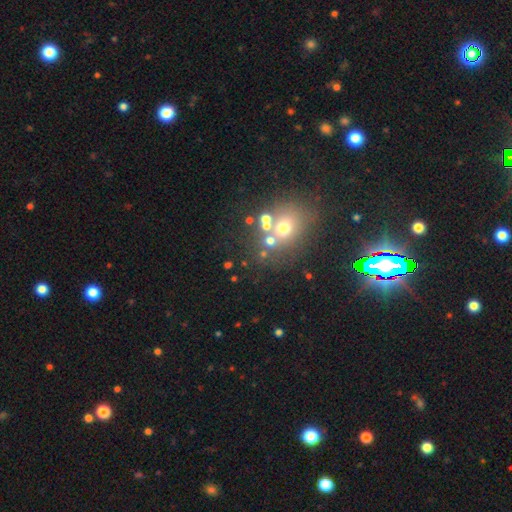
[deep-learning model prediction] A star or artifact, not a galaxy (50%).

Vote fractions:
- Smooth or featured? star or artifact: 50% / smooth: 36% / featured or disk: 14%